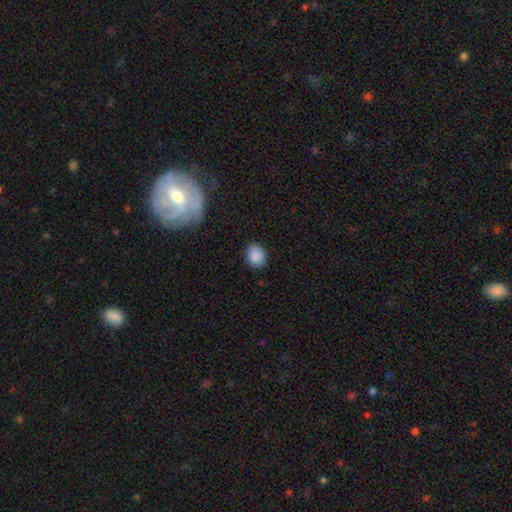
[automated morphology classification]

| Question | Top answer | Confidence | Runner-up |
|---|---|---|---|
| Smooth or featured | smooth | 88% | star or artifact (9%) |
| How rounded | round | 56% | in between (43%) |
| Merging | none | 87% | minor disturbance (10%) |